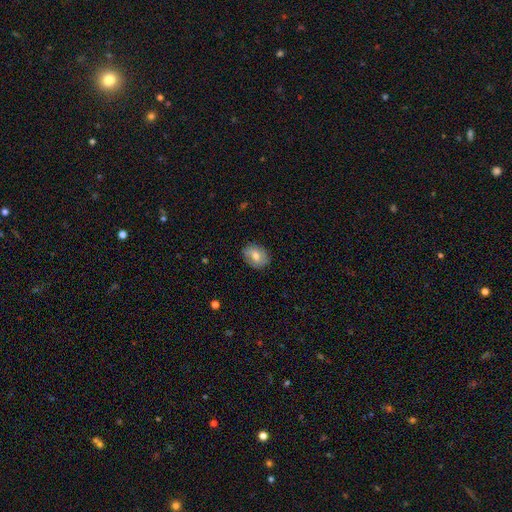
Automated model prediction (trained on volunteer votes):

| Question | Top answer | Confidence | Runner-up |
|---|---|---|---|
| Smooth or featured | smooth | 62% | featured or disk (30%) |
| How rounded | in between | 65% | round (34%) |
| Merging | none | 80% | minor disturbance (16%) |